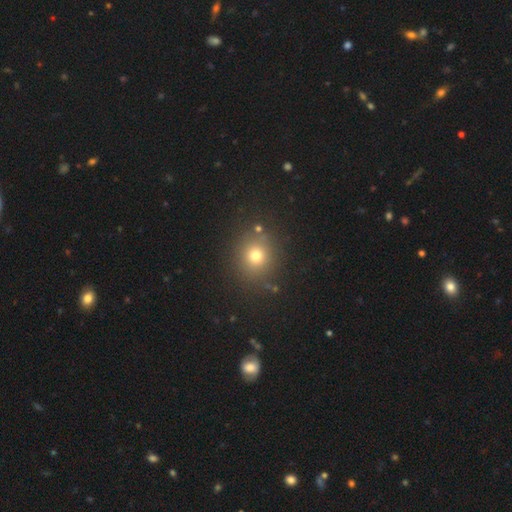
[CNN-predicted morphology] smooth 73%, star or artifact 19%, featured or disk 8%. Down the decision tree: how rounded — round (83%); merging — none (85%).